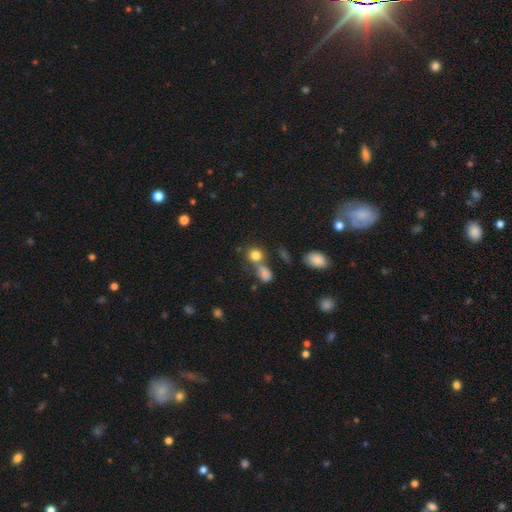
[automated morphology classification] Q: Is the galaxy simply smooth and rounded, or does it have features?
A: smooth — 80%.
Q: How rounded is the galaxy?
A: round — 77%.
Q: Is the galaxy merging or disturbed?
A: none — 51%.